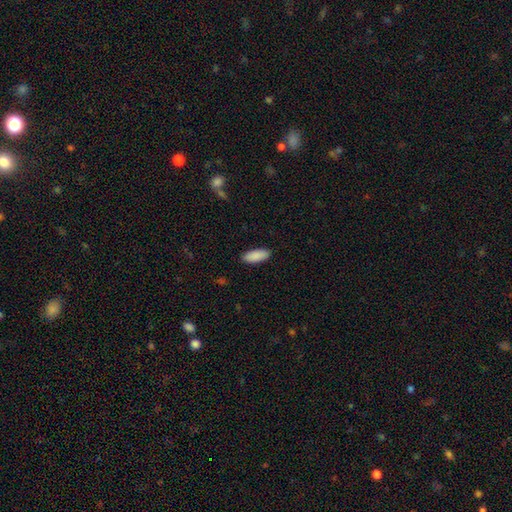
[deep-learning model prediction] A smooth galaxy with no disk features (90%) that is in between round and cigar-shaped (79%).

Vote fractions:
- Smooth or featured? smooth: 90% / star or artifact: 6% / featured or disk: 4%
- How rounded? in between: 79% / cigar-shaped: 19% / round: 2%
- Merging? none: 90% / minor disturbance: 8% / major disturbance: 2% / merger: 1%